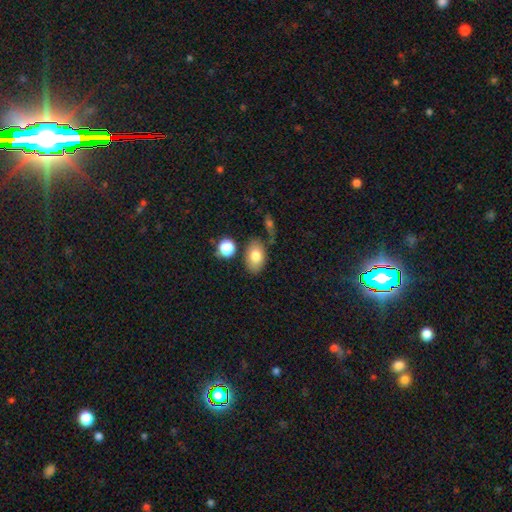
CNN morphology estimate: Smooth or featured: smooth — 78% (featured or disk — 15%)
How rounded: in between — 89% (round — 10%)
Merging: none — 70% (minor disturbance — 16%)